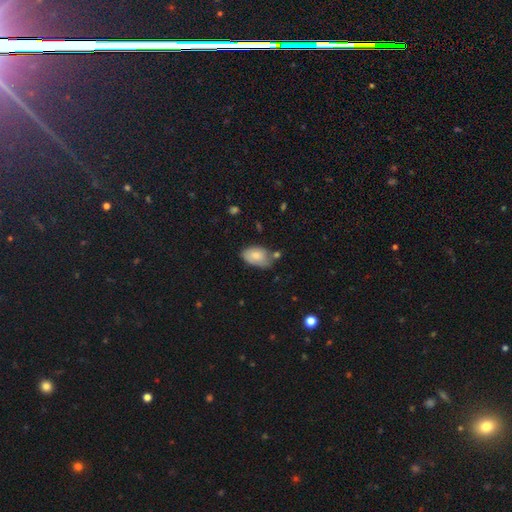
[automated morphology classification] Smooth or featured? Predicted: smooth (p=0.80). How rounded? Predicted: in between (p=0.92). Merging? Predicted: none (p=0.51).